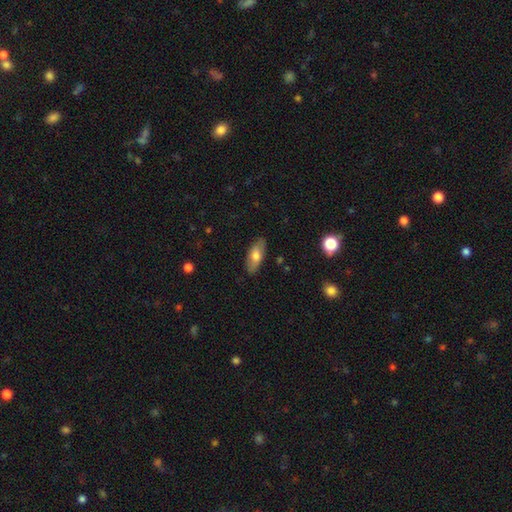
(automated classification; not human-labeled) smooth 71%, featured or disk 23%, star or artifact 6%. Down the decision tree: how rounded — in between (82%); merging — none (86%).